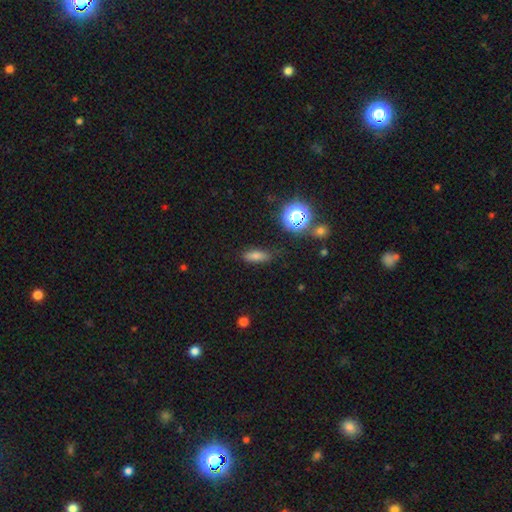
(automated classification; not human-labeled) This appears to be a smooth galaxy with no disk features (72%) that is in between round and cigar-shaped (58%). Merging: none (79%).